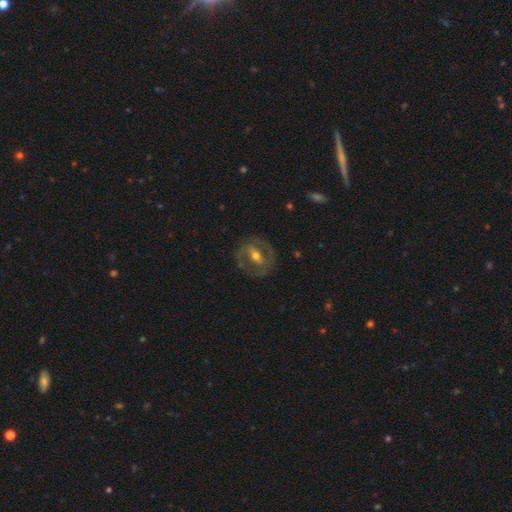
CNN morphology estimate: This is likely a featured or disk galaxy (74%). It is clearly not viewed edge-on (94%). Bar: marginally weak (37%). Spiral arm pattern: possibly yes (51%). Central bulge: likely moderate (64%). Merging: likely none (79%).